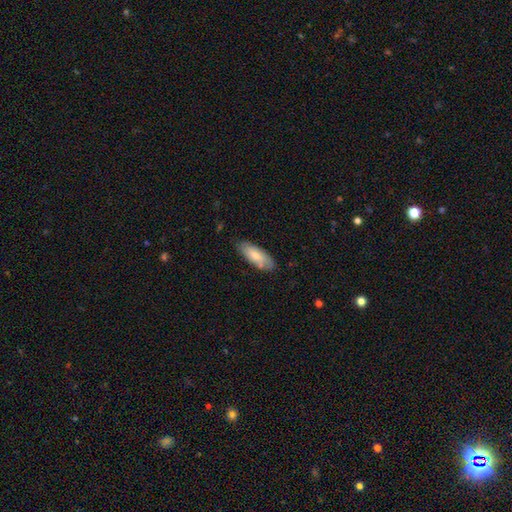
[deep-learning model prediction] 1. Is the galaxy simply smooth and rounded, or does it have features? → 71% smooth, 24% featured or disk, 6% star or artifact.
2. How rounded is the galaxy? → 78% in between, 20% cigar-shaped, 2% round.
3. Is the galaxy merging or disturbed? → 72% none, 22% minor disturbance, 4% major disturbance, 3% merger.